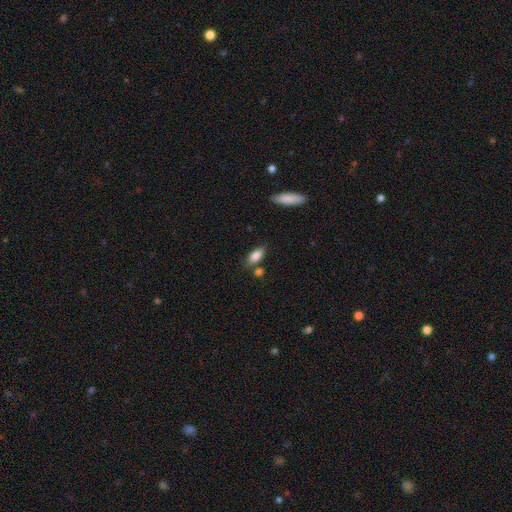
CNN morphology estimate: Smooth or featured: smooth — 84% (featured or disk — 9%)
How rounded: in between — 84% (cigar-shaped — 12%)
Merging: none — 69% (minor disturbance — 15%)